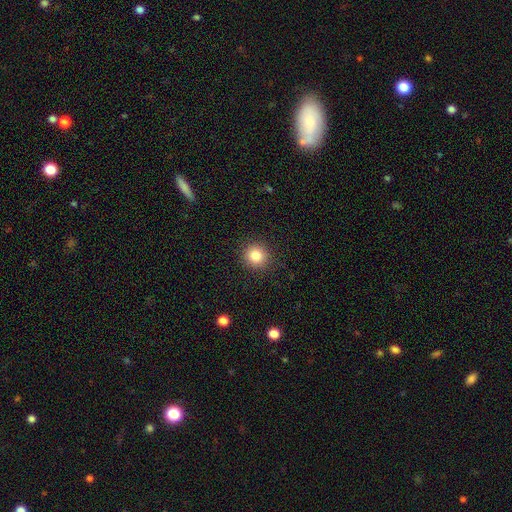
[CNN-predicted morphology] A smooth galaxy with no disk features (85%) that is round (92%).

Vote fractions:
- Smooth or featured? smooth: 85% / star or artifact: 10% / featured or disk: 5%
- How rounded? round: 92% / in between: 7% / cigar-shaped: 1%
- Merging? none: 90% / minor disturbance: 6% / major disturbance: 2% / merger: 1%